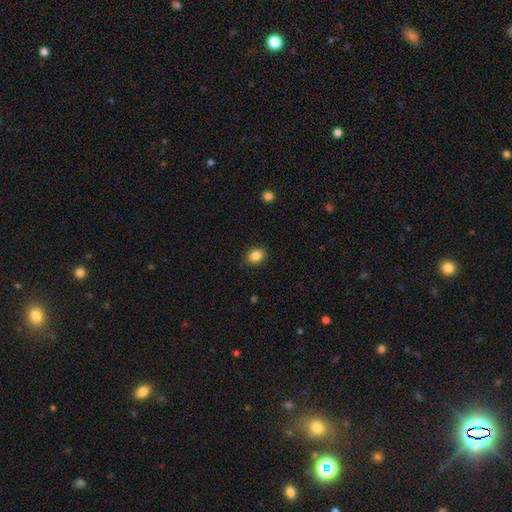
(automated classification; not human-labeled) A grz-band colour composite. It shows a smooth galaxy with no disk features (86%) that is in between round and cigar-shaped (54%). Merging: none (87%).